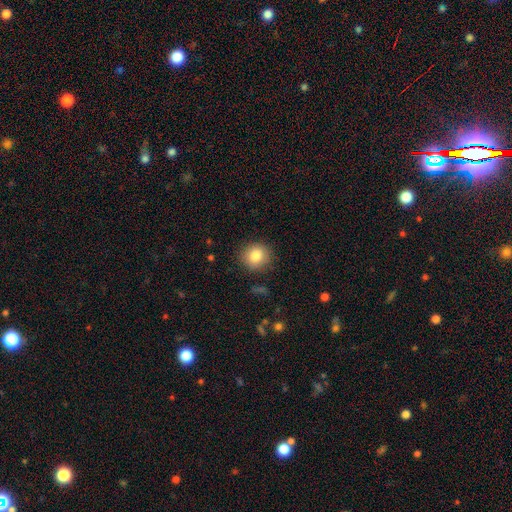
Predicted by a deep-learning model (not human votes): Smooth or featured?
  - smooth: 83% *
  - star or artifact: 9%
  - featured or disk: 8%
How rounded?
  - round: 88% *
  - in between: 11%
  - cigar-shaped: 1%
Merging?
  - none: 88% *
  - minor disturbance: 8%
  - major disturbance: 2%
  - merger: 1%